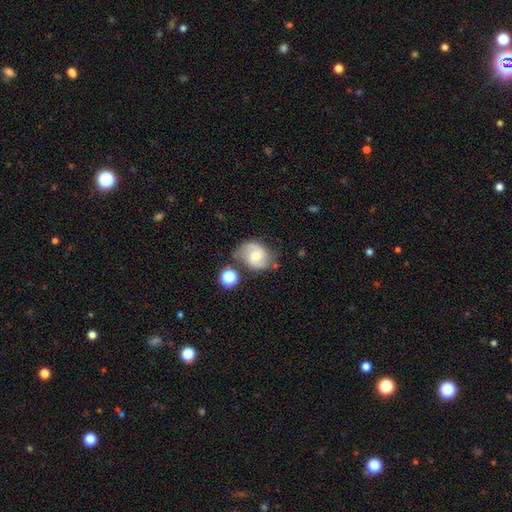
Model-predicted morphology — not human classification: type=featured or disk (61%); edge-on=no (97%); bar=no (58%); spiral arms=yes (87%); winding=medium (48%); arm count=2 (85%); bulge=moderate (59%); merging=none (61%).